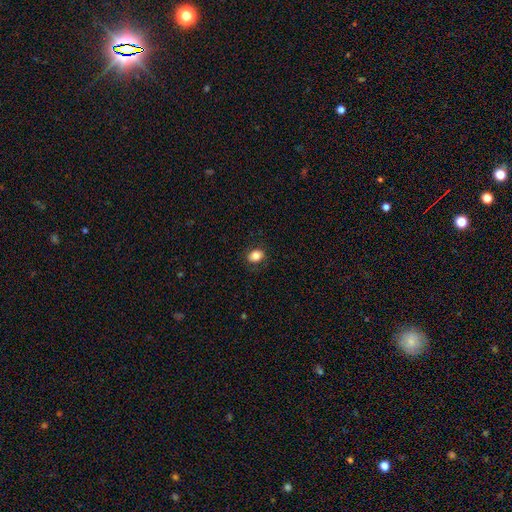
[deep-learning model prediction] Q: Smooth or featured?
A: smooth (82%); runner-up: star or artifact (10%)
Q: How rounded?
A: in between (52%); runner-up: round (47%)
Q: Merging?
A: none (83%); runner-up: minor disturbance (12%)